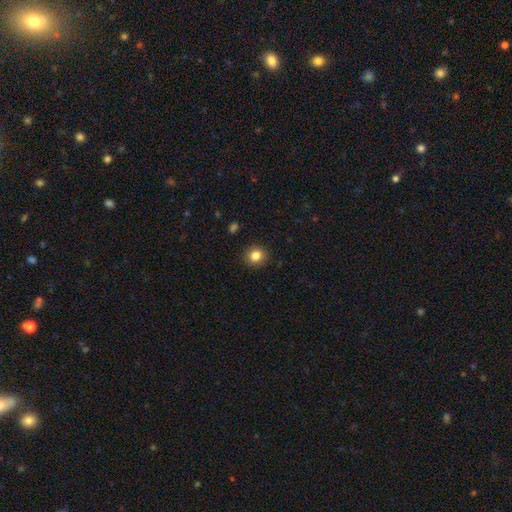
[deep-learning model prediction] A smooth galaxy with no disk features (84%) that is round (85%).

Vote fractions:
- Smooth or featured? smooth: 84% / star or artifact: 11% / featured or disk: 5%
- How rounded? round: 85% / in between: 14% / cigar-shaped: 1%
- Merging? none: 91% / minor disturbance: 6% / major disturbance: 2% / merger: 1%